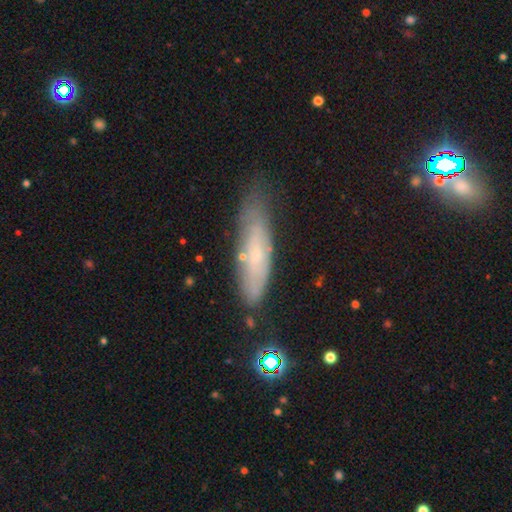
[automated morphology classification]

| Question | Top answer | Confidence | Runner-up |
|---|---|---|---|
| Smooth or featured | smooth | 51% | featured or disk (38%) |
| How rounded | cigar-shaped | 68% | in between (30%) |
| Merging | none | 68% | minor disturbance (22%) |